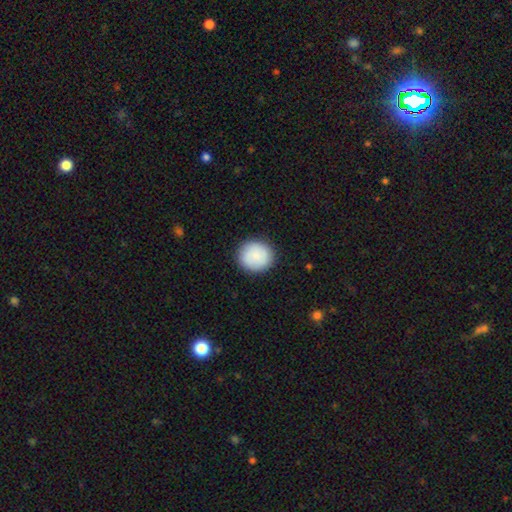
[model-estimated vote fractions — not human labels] A smooth galaxy with no disk features (84%) that is round (89%). Merging: none (89%).